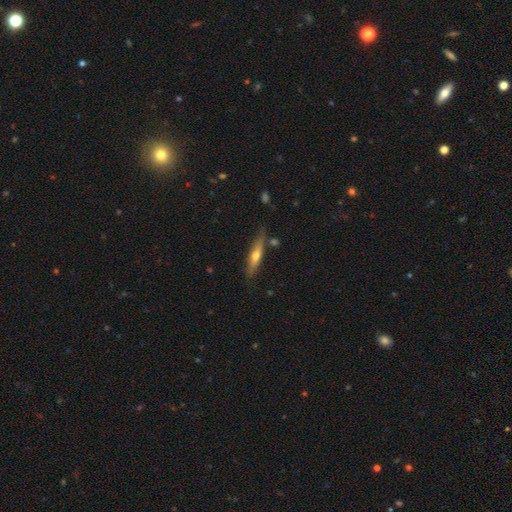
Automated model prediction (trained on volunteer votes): smooth-or-featured: featured or disk: 48% | smooth: 46% | star or artifact: 6%
  merging: none: 78% | minor disturbance: 14% | merger: 4% | major disturbance: 3%